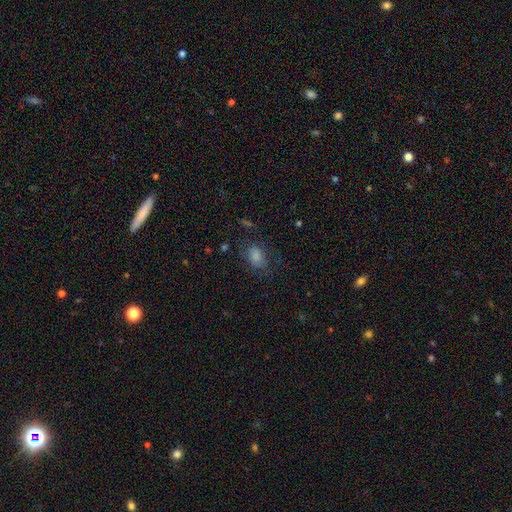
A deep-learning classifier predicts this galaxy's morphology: A smooth galaxy with no disk features (65%) that is in between round and cigar-shaped (72%). Merging: none (67%).